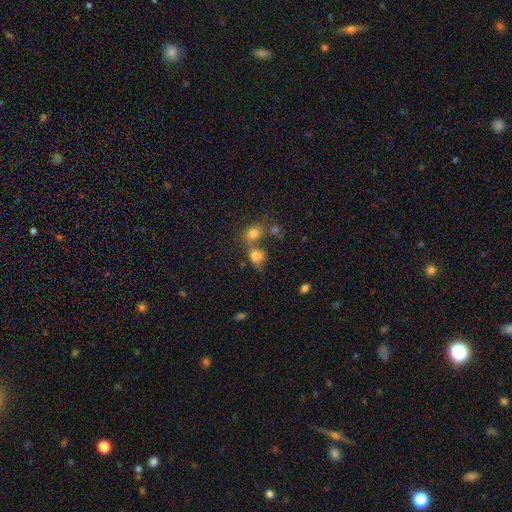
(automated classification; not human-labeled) This is likely a smooth galaxy (76%). How rounded: possibly in between (56%). Merging: marginally merger (42%).